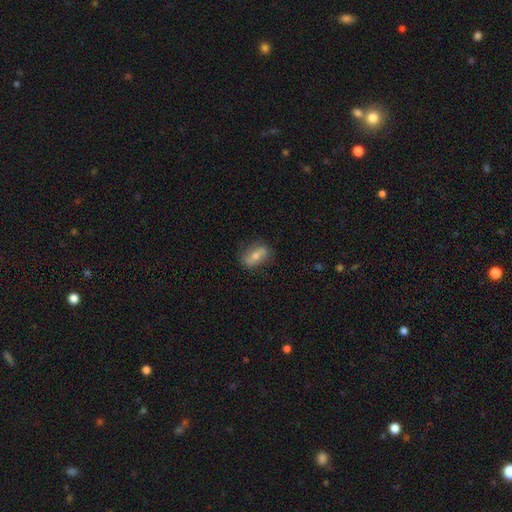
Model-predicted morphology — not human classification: Smooth or featured? Predicted: featured or disk (p=0.48). Merging? Predicted: none (p=0.80).